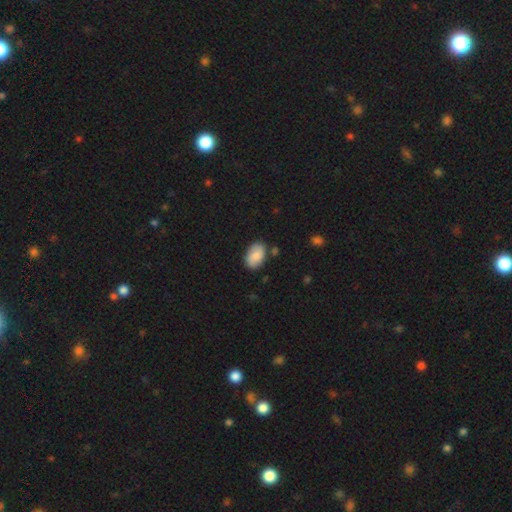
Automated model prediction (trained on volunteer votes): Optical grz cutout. It shows a smooth galaxy with no disk features (82%) that is in between round and cigar-shaped (90%). Merging: none (79%).